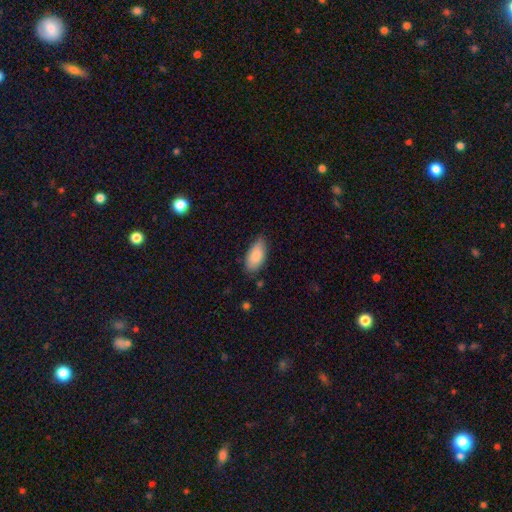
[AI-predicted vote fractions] Smooth or featured? smooth (84%)
How rounded? in between (93%)
Merging? none (72%)